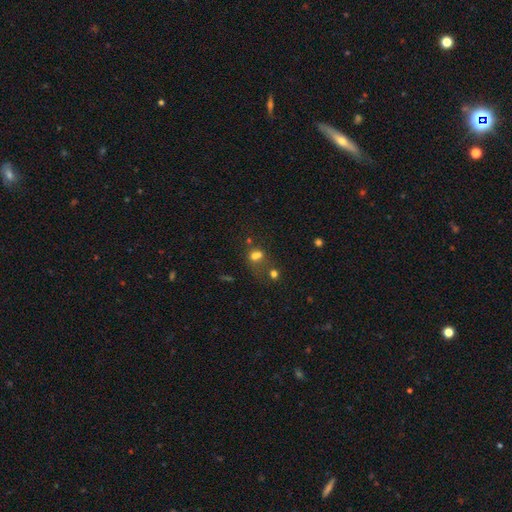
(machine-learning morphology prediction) smooth 62%, star or artifact 21%, featured or disk 17%. Down the decision tree: how rounded — round (62%); merging — merger (53%).